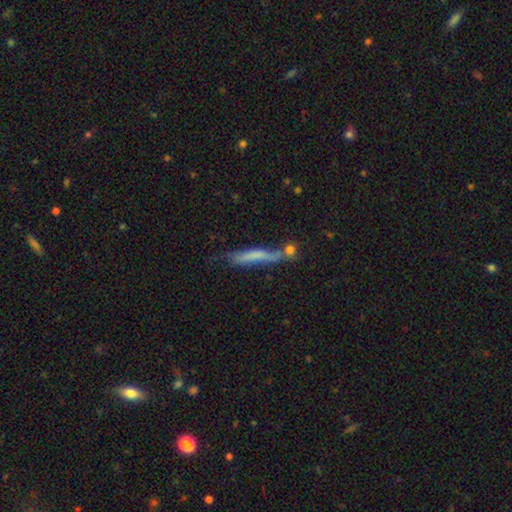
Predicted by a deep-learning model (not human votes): This is possibly a smooth galaxy (53%). How rounded: clearly cigar-shaped (92%). Merging: possibly none (50%).